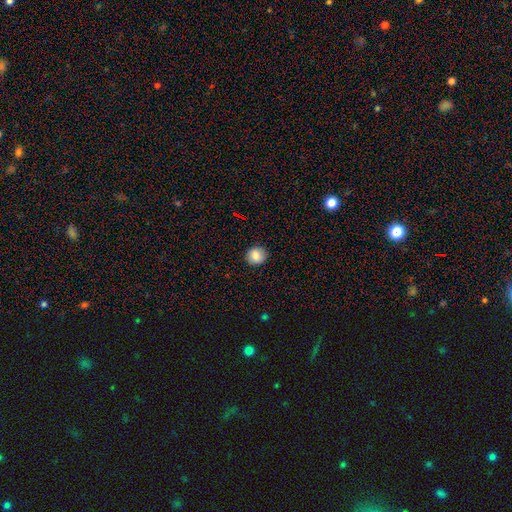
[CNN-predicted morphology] A smooth galaxy with no disk features (83%) that is round (87%). Merging: none (89%).